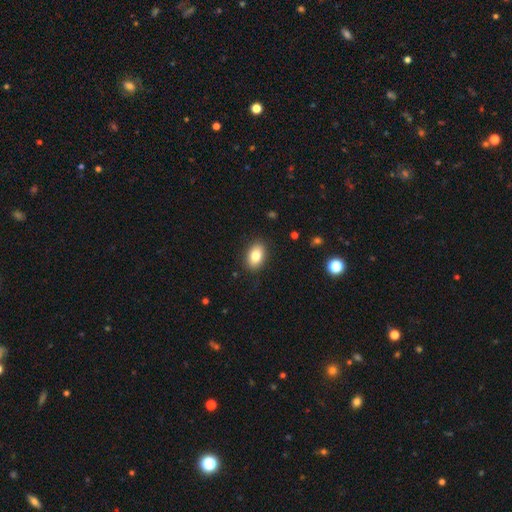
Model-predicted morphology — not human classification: This appears to be a smooth galaxy with no disk features (82%) that is in between round and cigar-shaped (88%). Merging: none (88%).